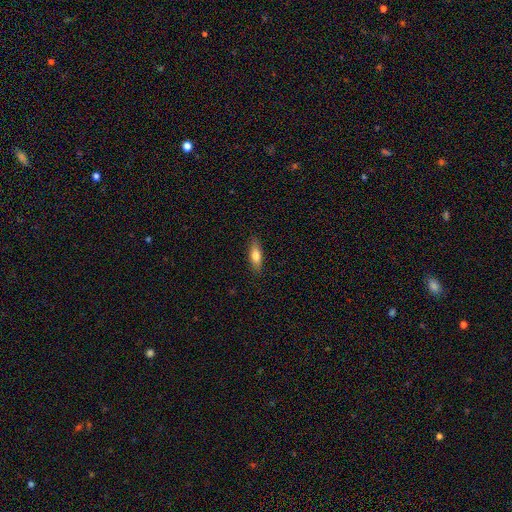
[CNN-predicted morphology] This is likely a smooth galaxy (72%). How rounded: possibly in between (56%). Merging: clearly none (86%).